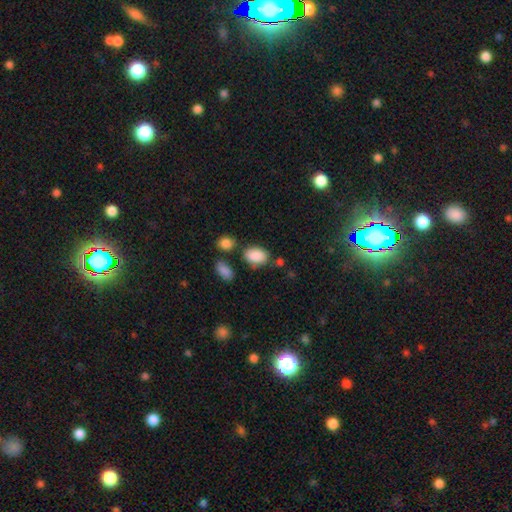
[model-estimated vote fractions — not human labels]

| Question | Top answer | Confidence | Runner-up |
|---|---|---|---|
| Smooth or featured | smooth | 88% | star or artifact (7%) |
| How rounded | in between | 85% | round (14%) |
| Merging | none | 66% | minor disturbance (18%) |